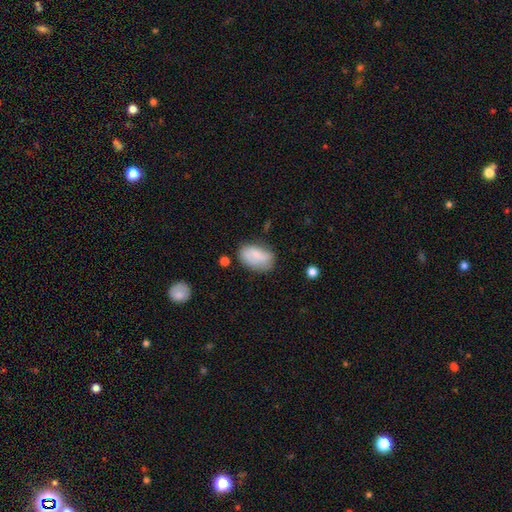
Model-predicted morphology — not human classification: Q: Smooth or featured?
A: smooth (74%); runner-up: featured or disk (18%)
Q: How rounded?
A: in between (91%); runner-up: round (7%)
Q: Merging?
A: none (58%); runner-up: minor disturbance (28%)